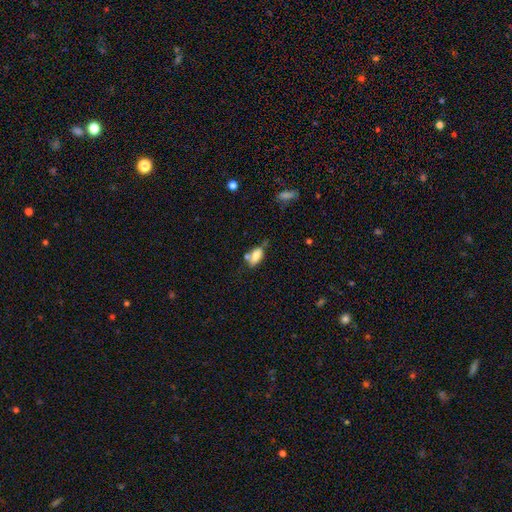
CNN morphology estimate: The model was most divided on "merging": none: 44%, minor disturbance: 25%, merger: 21%, major disturbance: 10%. More confident: how rounded — in between (83%); smooth or featured — smooth (75%).